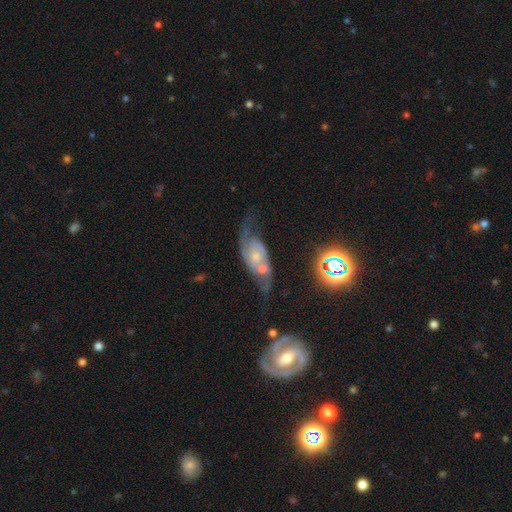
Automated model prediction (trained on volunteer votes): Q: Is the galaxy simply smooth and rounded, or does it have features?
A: featured or disk — 72%.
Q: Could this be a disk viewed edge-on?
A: no — 92%.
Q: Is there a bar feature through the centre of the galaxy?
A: no — 72%.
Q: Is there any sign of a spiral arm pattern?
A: yes — 88%.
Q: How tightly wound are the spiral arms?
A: loose — 42%.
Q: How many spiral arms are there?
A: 2 — 83%.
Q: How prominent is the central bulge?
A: small — 45%.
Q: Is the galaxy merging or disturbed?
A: none — 39%.